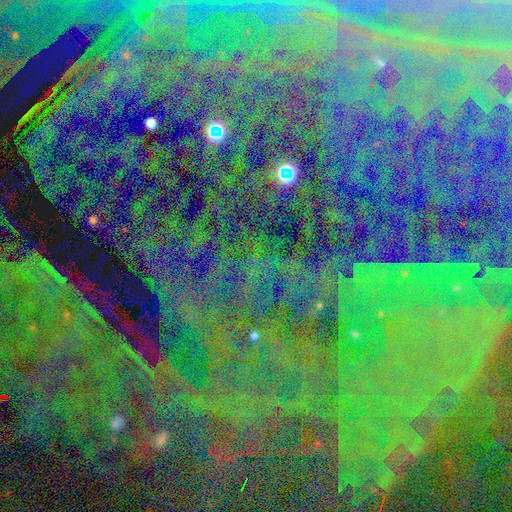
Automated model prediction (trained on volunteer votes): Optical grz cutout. It shows a star or artifact, not a galaxy (86%).